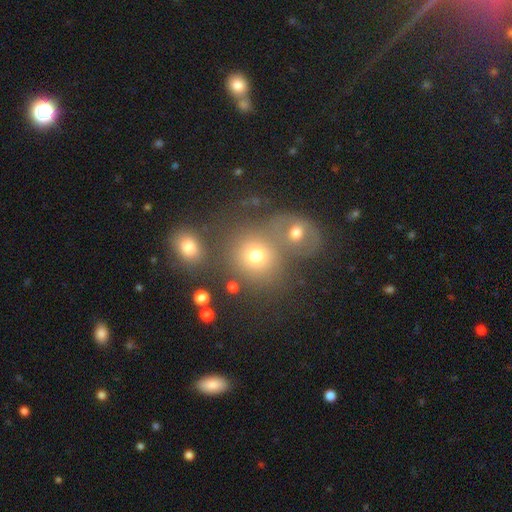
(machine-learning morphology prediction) This is likely a smooth galaxy (70%). How rounded: likely round (77%). Merging: marginally none (44%).